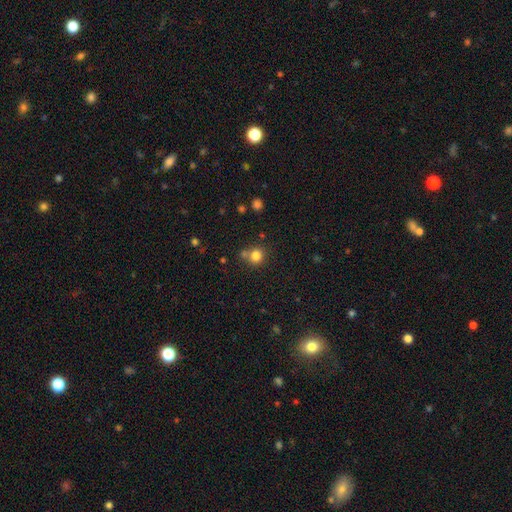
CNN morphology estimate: Q: Smooth or featured?
A: smooth (80%); runner-up: star or artifact (13%)
Q: How rounded?
A: round (87%); runner-up: in between (12%)
Q: Merging?
A: none (64%); runner-up: merger (22%)